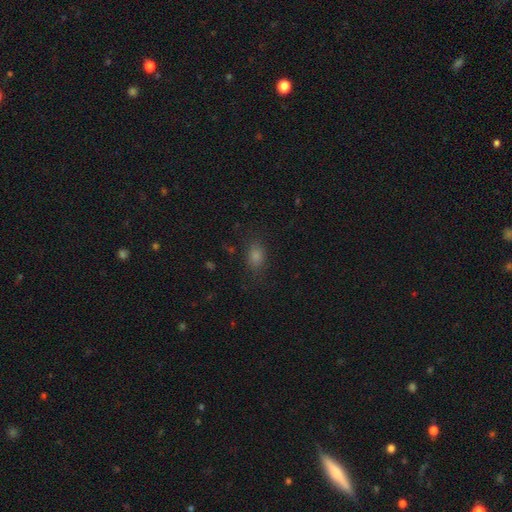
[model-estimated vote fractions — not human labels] Smooth or featured: smooth — 71% (star or artifact — 21%)
How rounded: in between — 74% (round — 22%)
Merging: none — 81% (minor disturbance — 13%)